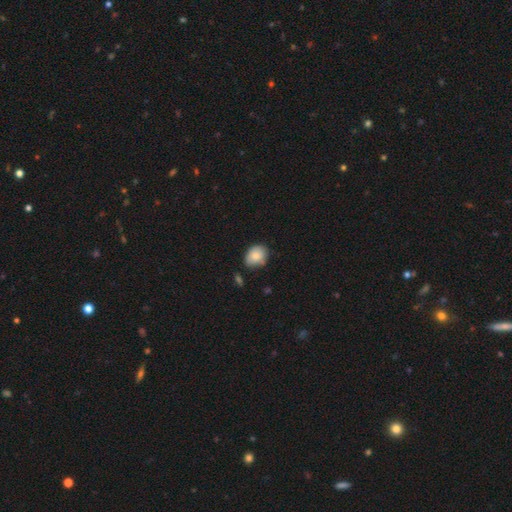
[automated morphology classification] Smooth or featured: smooth — 81% (featured or disk — 10%)
How rounded: in between — 55% (round — 44%)
Merging: none — 67% (minor disturbance — 25%)